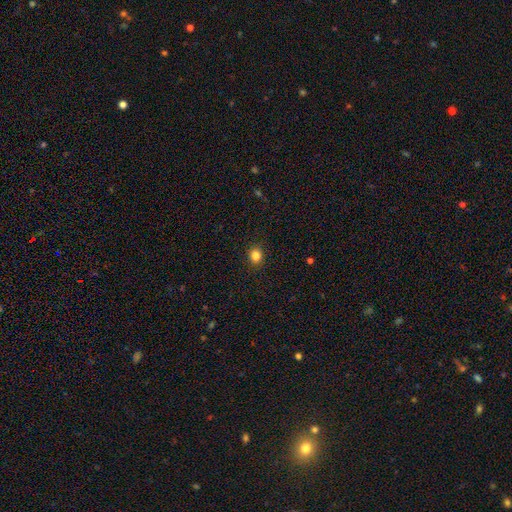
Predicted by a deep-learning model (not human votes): Morphology: type=smooth (83%); roundness=round (78%); merging=none (91%).